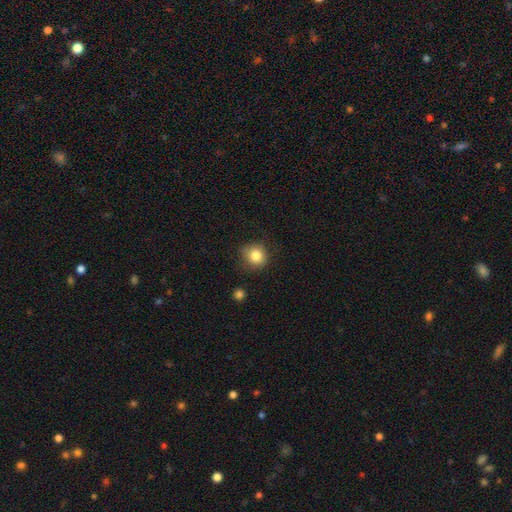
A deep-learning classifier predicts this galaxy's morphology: Smooth or featured: smooth — 84% (star or artifact — 10%)
How rounded: round — 88% (in between — 11%)
Merging: none — 77% (minor disturbance — 16%)